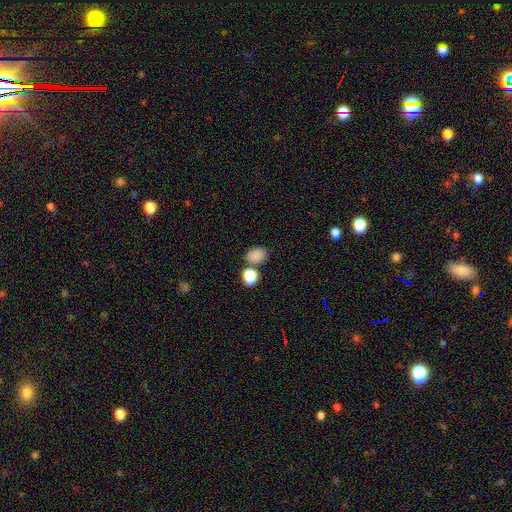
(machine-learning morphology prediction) A smooth galaxy with no disk features (83%) that is in between round and cigar-shaped (74%). Merging: none (69%).